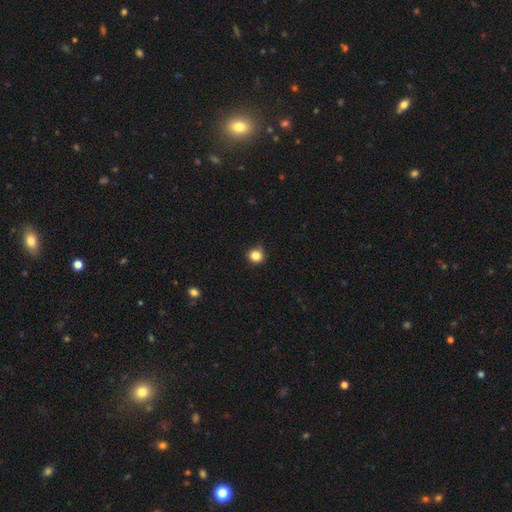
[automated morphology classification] This appears to be a smooth galaxy with no disk features (84%) that is round (90%). Merging: none (82%).